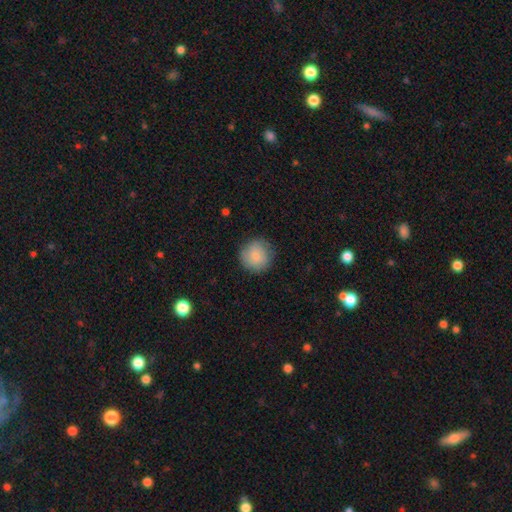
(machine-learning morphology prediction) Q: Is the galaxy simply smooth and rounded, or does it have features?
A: smooth — 83%.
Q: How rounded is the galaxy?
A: round — 94%.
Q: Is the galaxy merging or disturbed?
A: none — 85%.